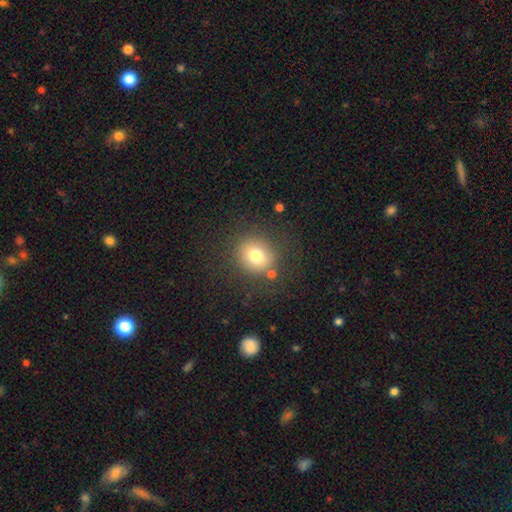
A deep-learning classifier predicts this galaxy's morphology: A smooth galaxy with no disk features (75%) that is round (79%).

Vote fractions:
- Smooth or featured? smooth: 75% / star or artifact: 13% / featured or disk: 12%
- How rounded? round: 79% / in between: 20% / cigar-shaped: 1%
- Merging? none: 80% / minor disturbance: 11% / major disturbance: 6% / merger: 4%